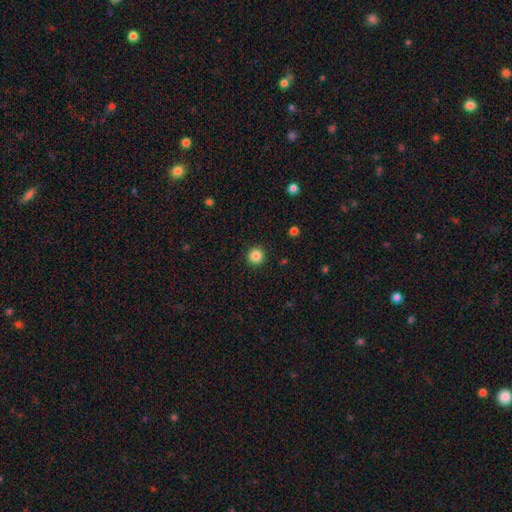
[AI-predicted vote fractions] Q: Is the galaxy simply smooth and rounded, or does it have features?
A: smooth — 86%.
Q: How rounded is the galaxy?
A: round — 96%.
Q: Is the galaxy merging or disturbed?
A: none — 93%.